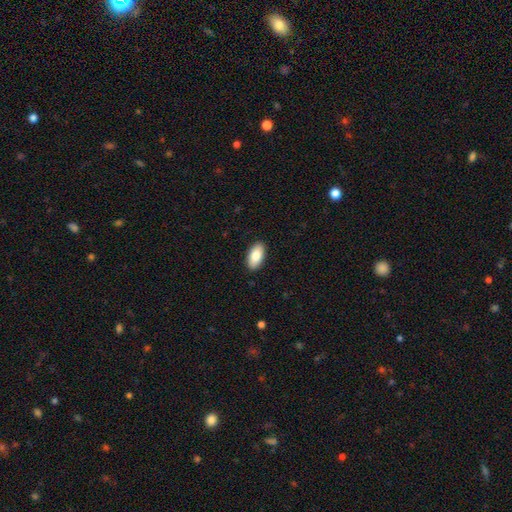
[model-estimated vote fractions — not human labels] smooth-or-featured: smooth: 86% | featured or disk: 8% | star or artifact: 6%
  how-rounded: in between: 94% | cigar-shaped: 4% | round: 2%
  merging: none: 90% | minor disturbance: 7% | major disturbance: 2% | merger: 1%